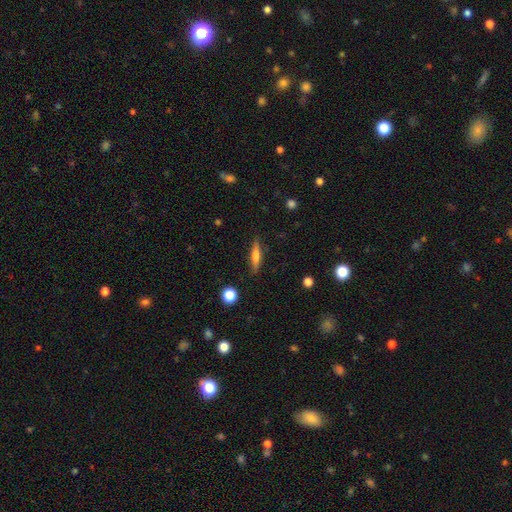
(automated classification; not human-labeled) smooth 53%, featured or disk 40%, star or artifact 7%. Down the decision tree: how rounded — cigar-shaped (81%); merging — none (87%).